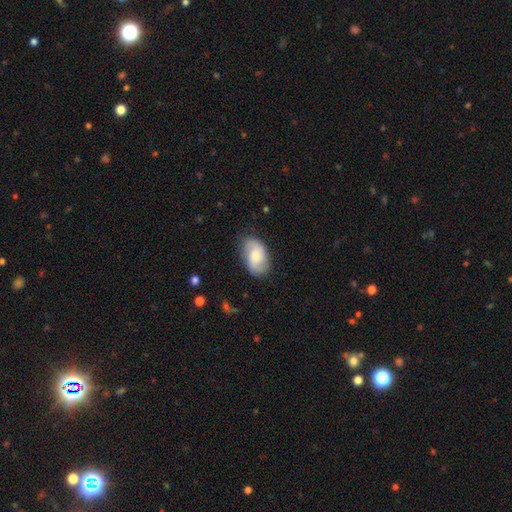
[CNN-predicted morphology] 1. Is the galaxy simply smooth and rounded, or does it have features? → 51% smooth, 42% featured or disk, 7% star or artifact.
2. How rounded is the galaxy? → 91% in between, 7% round, 2% cigar-shaped.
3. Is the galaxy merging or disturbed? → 76% none, 18% minor disturbance, 5% major disturbance, 1% merger.